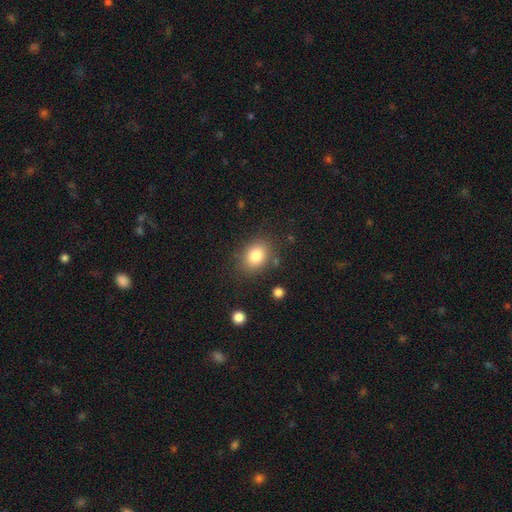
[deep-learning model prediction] smooth 82%, star or artifact 10%, featured or disk 8%. Down the decision tree: how rounded — in between (57%); merging — none (81%).